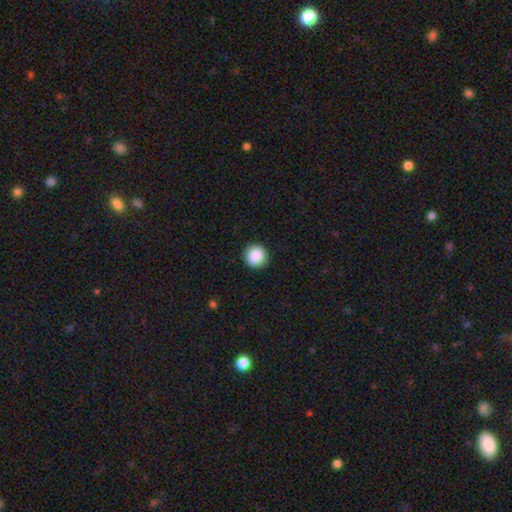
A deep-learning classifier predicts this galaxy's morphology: This is clearly a smooth galaxy (88%). How rounded: clearly round (95%). Merging: clearly none (92%).